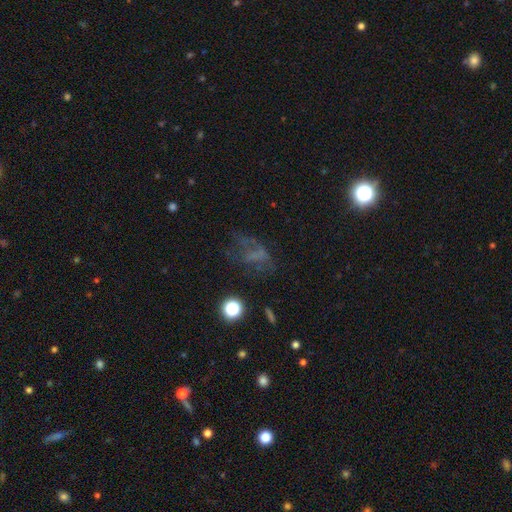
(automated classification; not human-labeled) Smooth or featured?
  - featured or disk: 35% *
  - smooth: 34%
  - star or artifact: 31%
Merging?
  - none: 44% *
  - major disturbance: 33%
  - minor disturbance: 19%
  - merger: 4%